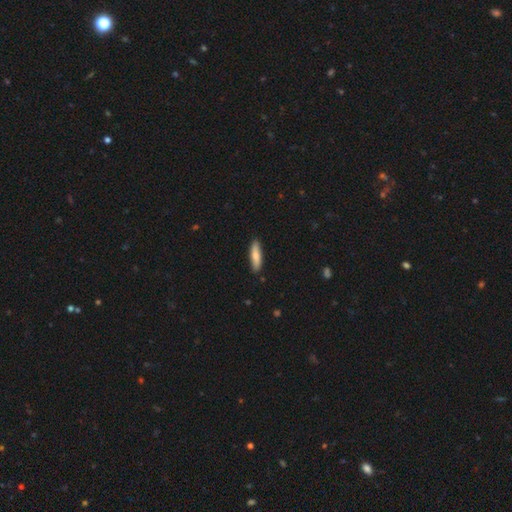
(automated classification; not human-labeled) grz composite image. It shows a smooth galaxy with no disk features (75%) that is cigar-shaped (71%). Merging: none (88%).